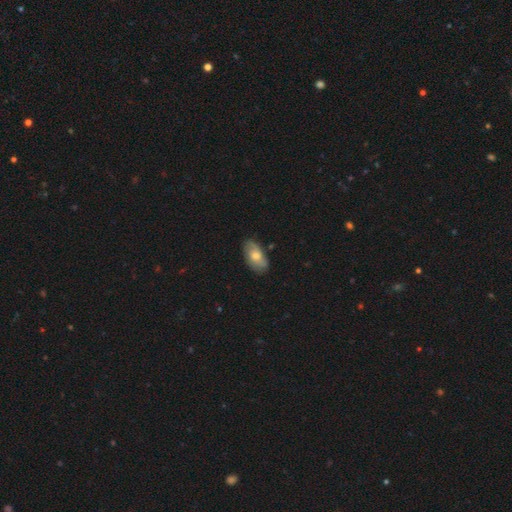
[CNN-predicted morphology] Q: Smooth or featured?
A: smooth (58%); runner-up: featured or disk (35%)
Q: How rounded?
A: in between (92%); runner-up: round (5%)
Q: Merging?
A: none (79%); runner-up: minor disturbance (17%)